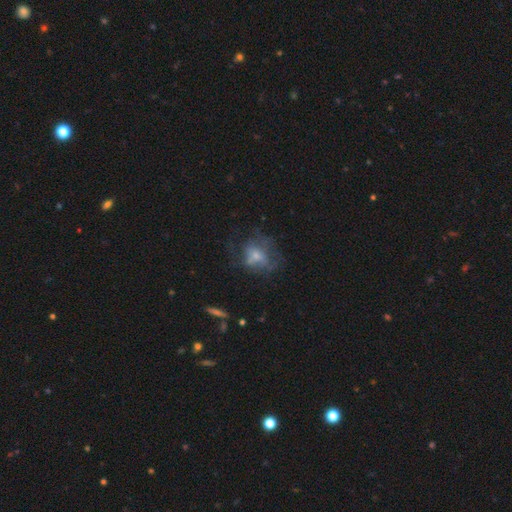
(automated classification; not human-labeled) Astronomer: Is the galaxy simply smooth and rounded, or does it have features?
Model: featured or disk — 44% (runner-up: smooth, 41%).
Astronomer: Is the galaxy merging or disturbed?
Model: none — 48% (runner-up: major disturbance, 27%).